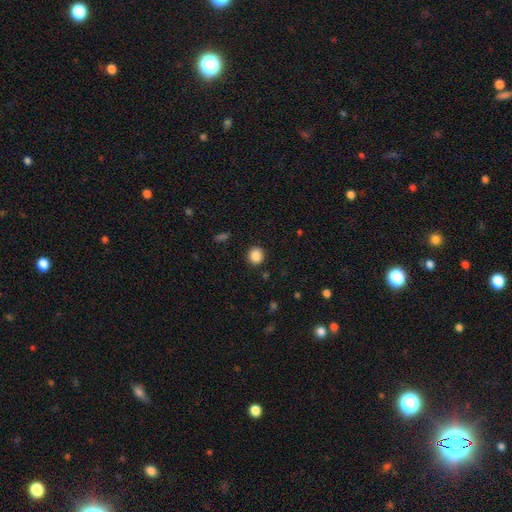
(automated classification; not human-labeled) The model was most divided on "smooth or featured": smooth: 87%, star or artifact: 10%, featured or disk: 4%. More confident: merging — none (91%); how rounded — round (89%).